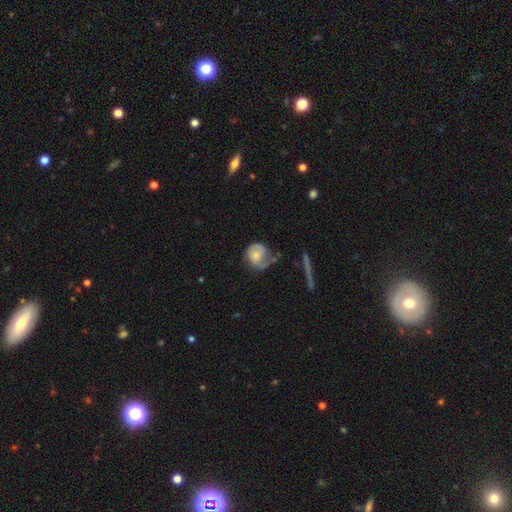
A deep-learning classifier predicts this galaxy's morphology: This appears to be a featured or disk galaxy (55%) with no bar (76%), spiral arms (80%) and a moderate central bulge (48%). Merging: none (49%).